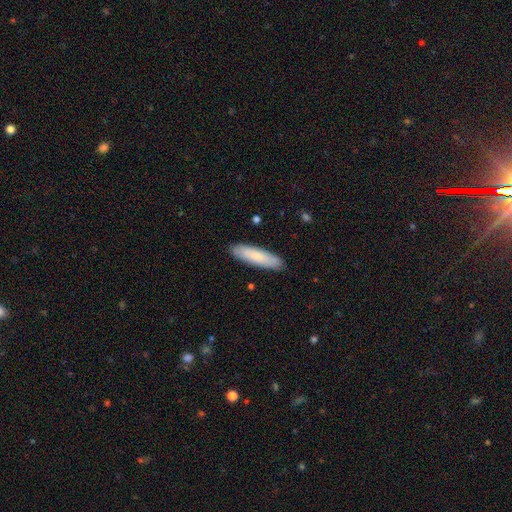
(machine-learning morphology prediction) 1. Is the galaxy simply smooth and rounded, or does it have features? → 82% smooth, 12% featured or disk, 6% star or artifact.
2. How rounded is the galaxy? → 74% cigar-shaped, 25% in between, 1% round.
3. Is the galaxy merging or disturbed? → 89% none, 8% minor disturbance, 2% major disturbance, 1% merger.